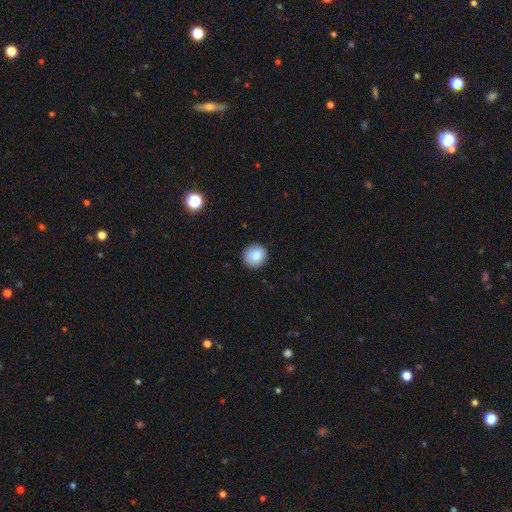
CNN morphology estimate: smooth-or-featured: smooth: 85% | star or artifact: 8% | featured or disk: 7%
  how-rounded: round: 88% | in between: 11% | cigar-shaped: 1%
  merging: none: 90% | minor disturbance: 8% | major disturbance: 2% | merger: 1%